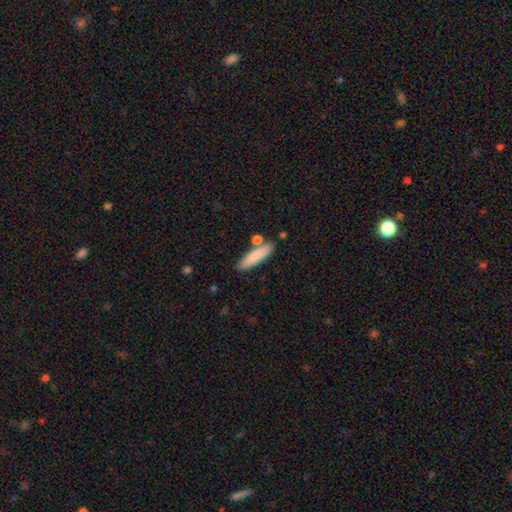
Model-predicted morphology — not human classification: smooth 82%, featured or disk 13%, star or artifact 6%. Down the decision tree: how rounded — cigar-shaped (74%); merging — none (78%).